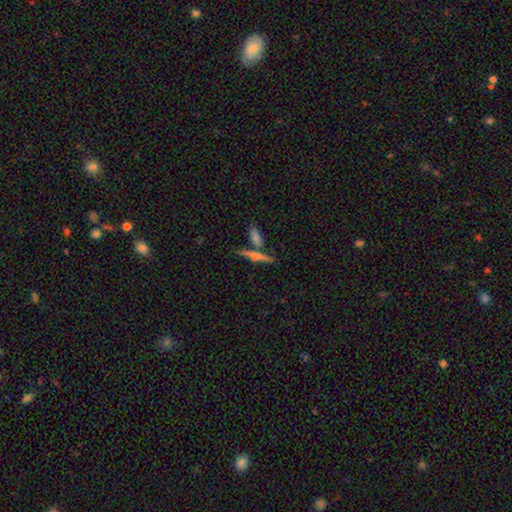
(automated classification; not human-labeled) Morphology: type=smooth (48%); merging=none (63%).